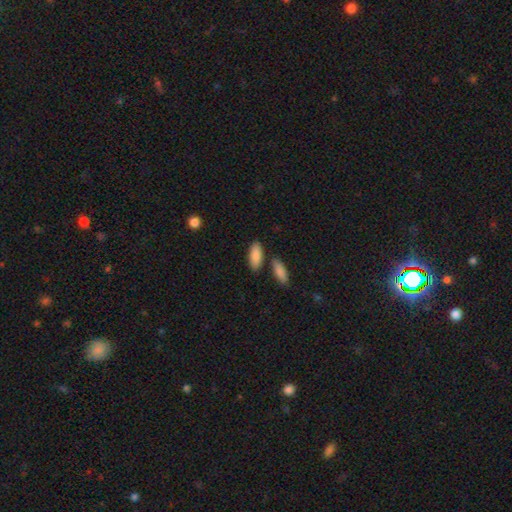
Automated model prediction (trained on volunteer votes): Morphology: type=smooth (88%); roundness=in between (82%); merging=none (75%).